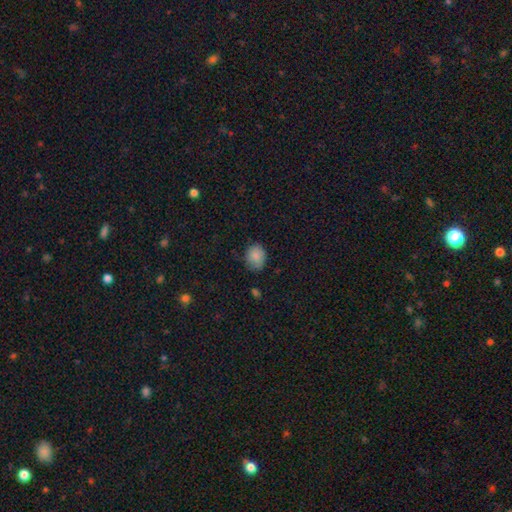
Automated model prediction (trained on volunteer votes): Smooth or featured?
  - smooth: 85% *
  - star or artifact: 9%
  - featured or disk: 5%
How rounded?
  - round: 50% *
  - in between: 49%
  - cigar-shaped: 1%
Merging?
  - none: 70% *
  - minor disturbance: 24%
  - major disturbance: 5%
  - merger: 1%